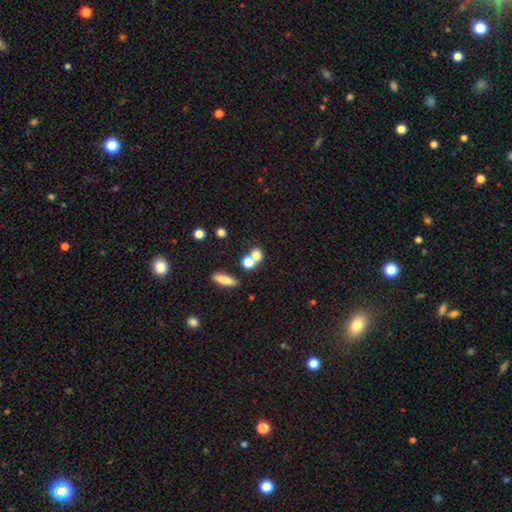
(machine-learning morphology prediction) Smooth or featured? smooth (73%)
How rounded? round (67%)
Merging? none (44%)